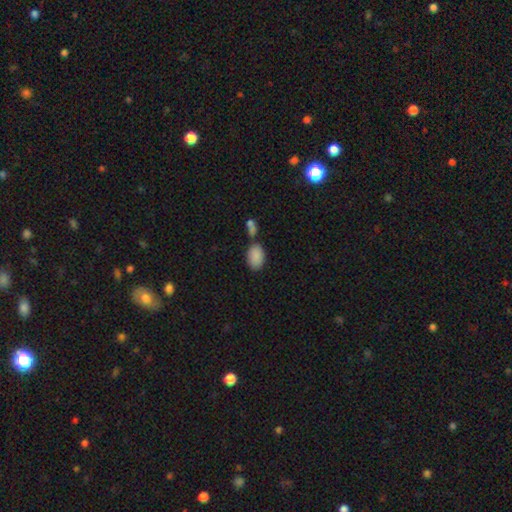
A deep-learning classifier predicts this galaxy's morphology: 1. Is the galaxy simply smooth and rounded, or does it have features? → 88% smooth, 8% star or artifact, 5% featured or disk.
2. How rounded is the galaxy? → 91% in between, 8% round, 1% cigar-shaped.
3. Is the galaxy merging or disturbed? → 60% none, 20% merger, 15% minor disturbance, 5% major disturbance.